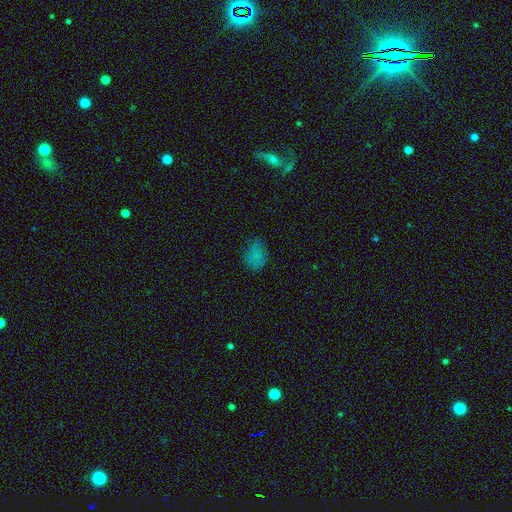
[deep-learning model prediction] This is likely a smooth galaxy (73%). How rounded: likely in between (69%). Merging: likely none (67%).